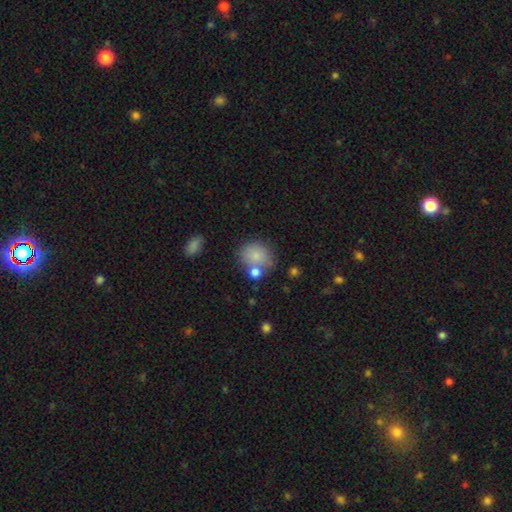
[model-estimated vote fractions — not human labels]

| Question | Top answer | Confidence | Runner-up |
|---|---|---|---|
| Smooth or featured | smooth | 81% | star or artifact (10%) |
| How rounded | round | 70% | in between (29%) |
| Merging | none | 58% | merger (19%) |